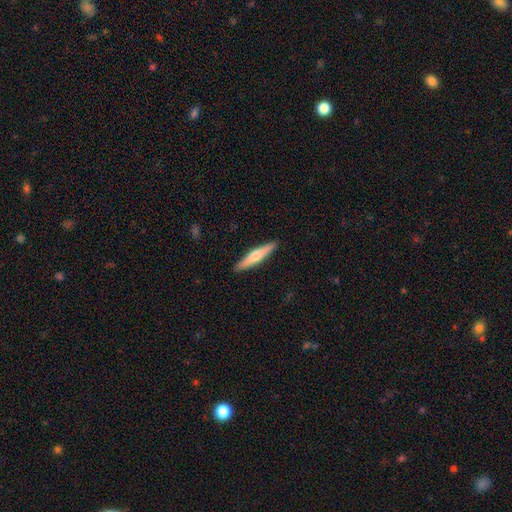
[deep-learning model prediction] Smooth or featured? Predicted: smooth (p=0.50). Merging? Predicted: none (p=0.91).